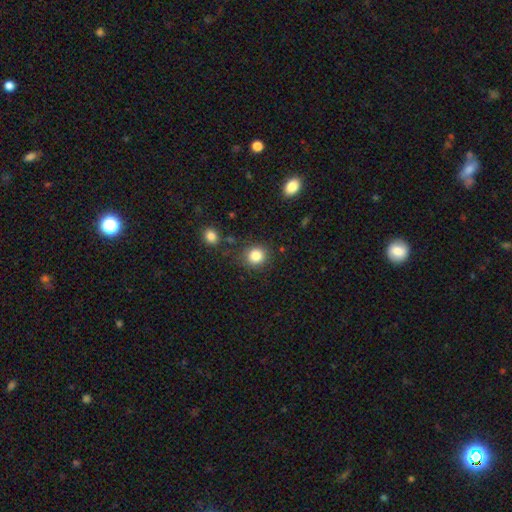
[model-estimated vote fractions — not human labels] Q: Smooth or featured?
A: smooth (84%); runner-up: star or artifact (11%)
Q: How rounded?
A: round (85%); runner-up: in between (14%)
Q: Merging?
A: none (82%); runner-up: minor disturbance (10%)